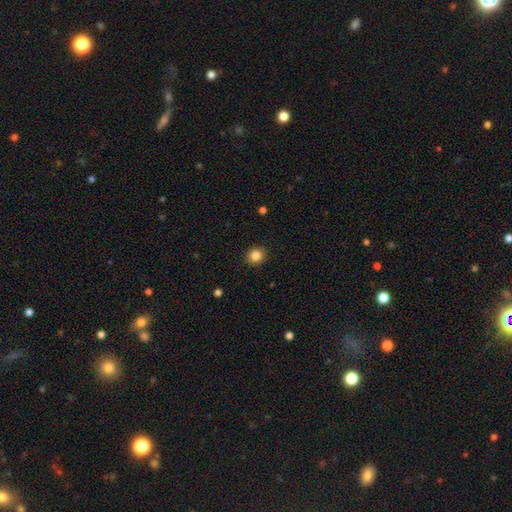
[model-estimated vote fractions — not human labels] Q: Smooth or featured?
A: smooth (85%); runner-up: star or artifact (10%)
Q: How rounded?
A: round (81%); runner-up: in between (18%)
Q: Merging?
A: none (91%); runner-up: minor disturbance (6%)